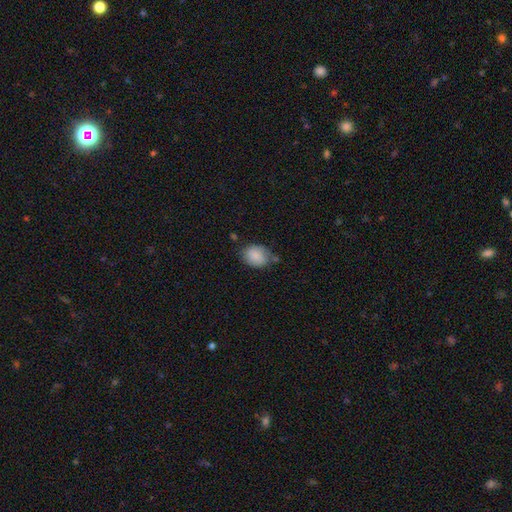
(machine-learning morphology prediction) Smooth or featured: smooth — 83% (featured or disk — 10%)
How rounded: in between — 65% (round — 34%)
Merging: none — 60% (minor disturbance — 26%)